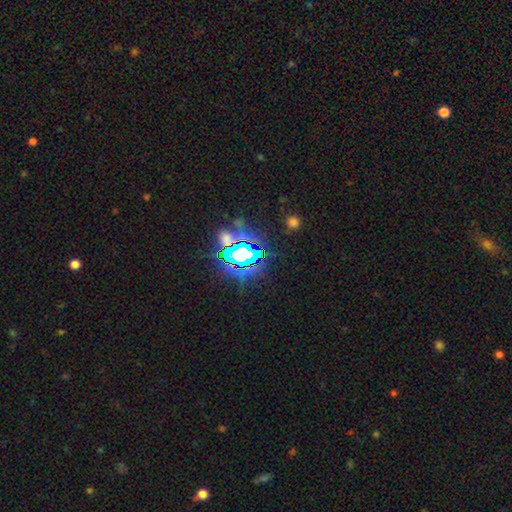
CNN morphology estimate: This appears to be a star or artifact, not a galaxy (75%).